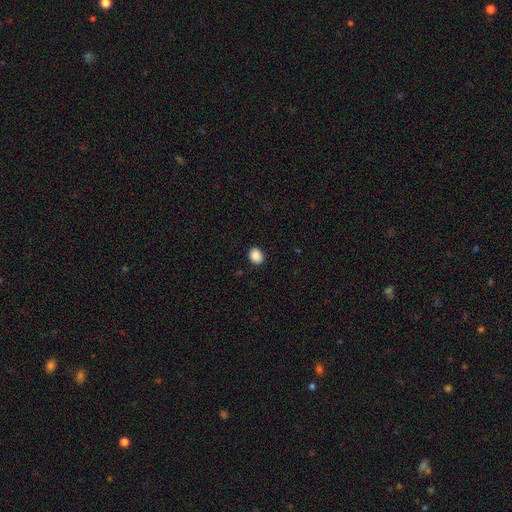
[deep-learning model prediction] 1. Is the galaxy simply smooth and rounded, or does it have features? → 89% smooth, 8% star or artifact, 3% featured or disk.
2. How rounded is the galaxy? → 50% round, 49% in between, 1% cigar-shaped.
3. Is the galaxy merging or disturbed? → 89% none, 8% minor disturbance, 2% major disturbance, 1% merger.